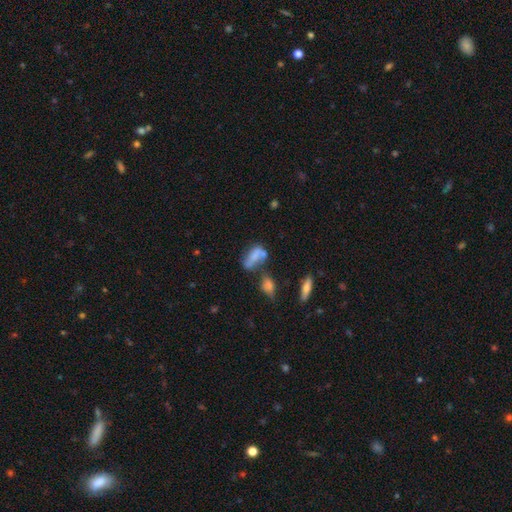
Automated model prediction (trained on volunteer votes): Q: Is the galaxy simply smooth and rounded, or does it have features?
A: smooth — 61%.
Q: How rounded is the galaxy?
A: in between — 77%.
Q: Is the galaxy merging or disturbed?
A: none — 33%.